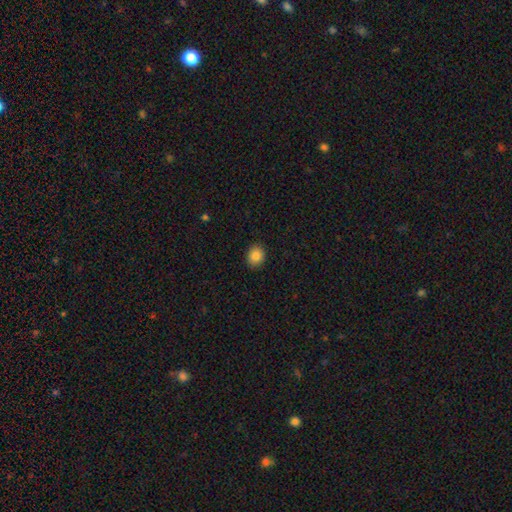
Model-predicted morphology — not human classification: Q: Smooth or featured?
A: smooth (86%); runner-up: star or artifact (9%)
Q: How rounded?
A: round (62%); runner-up: in between (38%)
Q: Merging?
A: none (90%); runner-up: minor disturbance (8%)